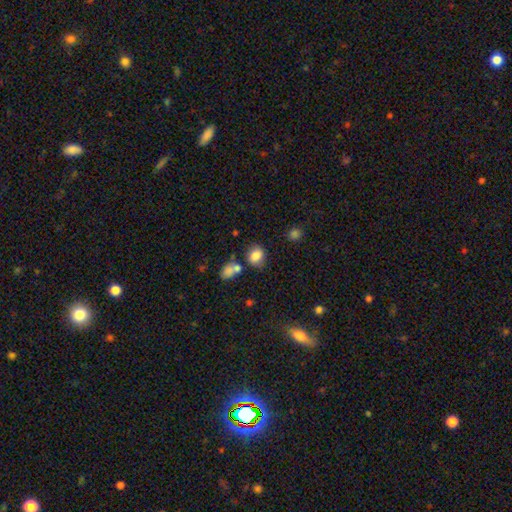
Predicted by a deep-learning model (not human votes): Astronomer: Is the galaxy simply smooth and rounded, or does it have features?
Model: smooth — 82%.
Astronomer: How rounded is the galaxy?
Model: round — 51% (runner-up: in between, 48%).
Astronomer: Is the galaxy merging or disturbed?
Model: none — 63%.